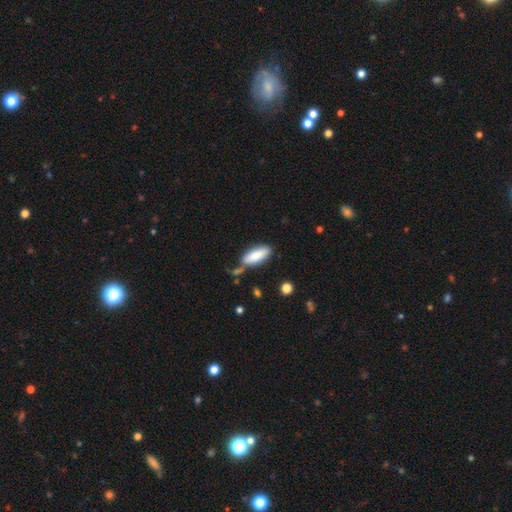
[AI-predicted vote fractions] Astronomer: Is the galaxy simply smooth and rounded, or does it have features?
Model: smooth — 82%.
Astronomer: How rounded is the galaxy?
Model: in between — 69%.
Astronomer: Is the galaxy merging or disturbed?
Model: none — 62%.